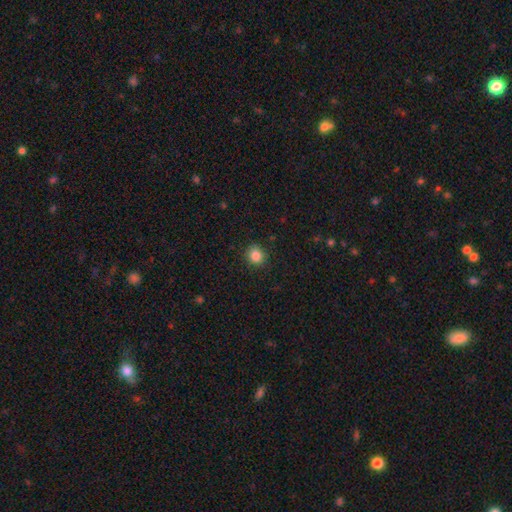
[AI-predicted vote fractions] This is clearly a smooth galaxy (85%). How rounded: clearly round (85%). Merging: clearly none (88%).